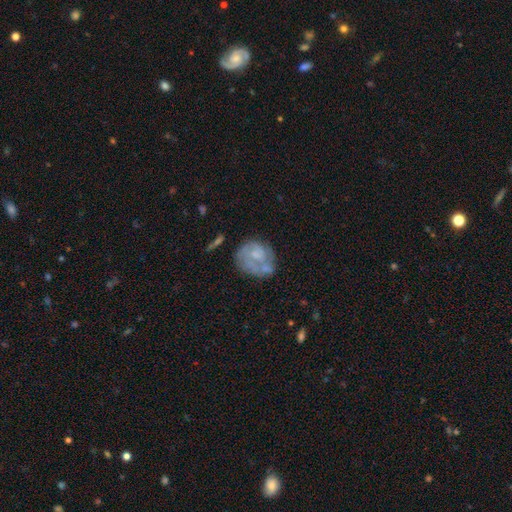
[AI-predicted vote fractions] featured or disk 55%, smooth 38%, star or artifact 7%. Down the decision tree: edge-on disk — no (98%); bar — no (76%); spiral arms — no (58%); bulge size — none (36%); merging — none (43%).